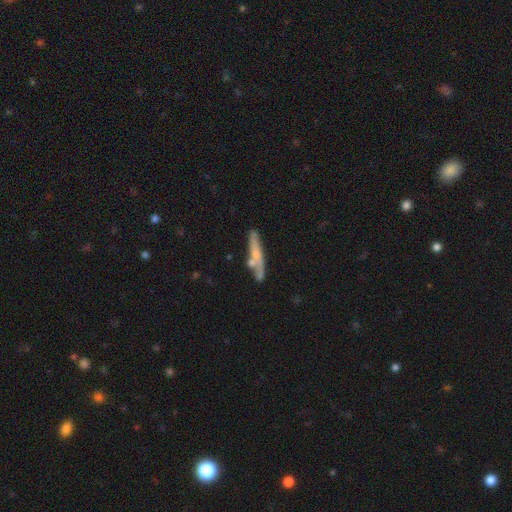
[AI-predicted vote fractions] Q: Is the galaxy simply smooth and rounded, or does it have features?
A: featured or disk — 49%.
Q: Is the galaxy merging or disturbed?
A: none — 59%.